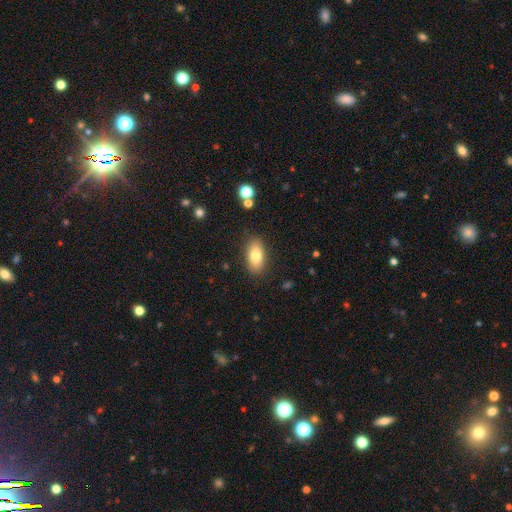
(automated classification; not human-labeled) Q: Smooth or featured?
A: smooth (79%); runner-up: featured or disk (13%)
Q: How rounded?
A: in between (88%); runner-up: cigar-shaped (8%)
Q: Merging?
A: none (86%); runner-up: minor disturbance (10%)